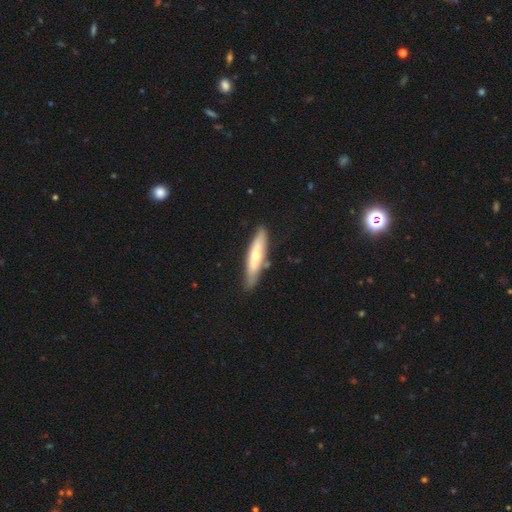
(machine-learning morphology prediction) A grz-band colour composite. It shows a smooth galaxy with no disk features (52%) that is cigar-shaped (80%). Merging: none (76%).